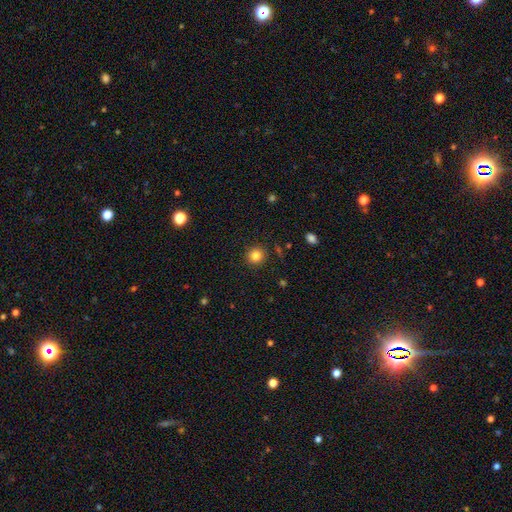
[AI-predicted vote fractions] Smooth or featured? smooth (82%)
How rounded? round (92%)
Merging? none (90%)